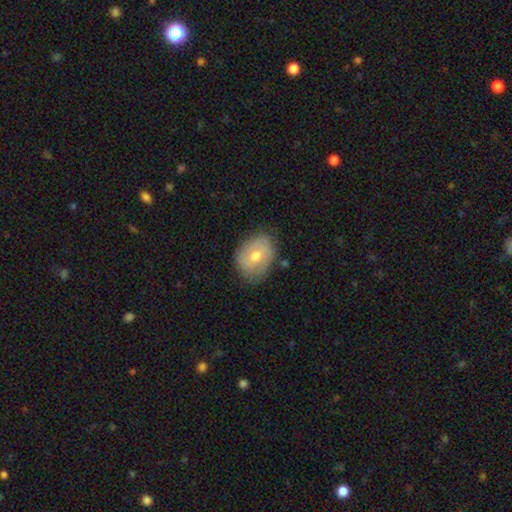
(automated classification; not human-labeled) Morphology: type=smooth (56%); roundness=in between (61%); merging=none (68%).